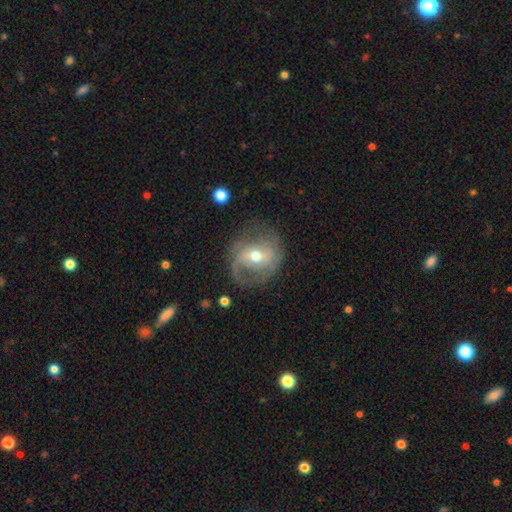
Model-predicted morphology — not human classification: Smooth or featured: featured or disk — 75% (smooth — 17%)
Edge-on disk: no — 96% (yes — 4%)
Bar: weak — 42% (no — 31%)
Spiral arms: yes — 86% (no — 14%)
Spiral winding: medium — 41% (tight — 30%)
Spiral arm count: 2 — 63% (1 — 16%)
Bulge size: moderate — 58% (small — 38%)
Merging: none — 66% (minor disturbance — 20%)